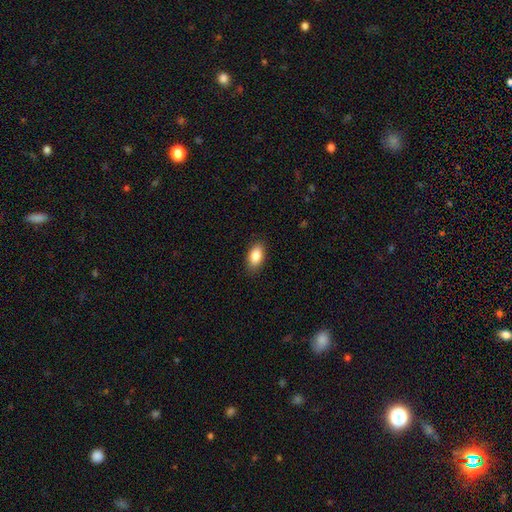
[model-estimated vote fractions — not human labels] smooth 87%, star or artifact 7%, featured or disk 6%. Down the decision tree: how rounded — in between (92%); merging — none (87%).